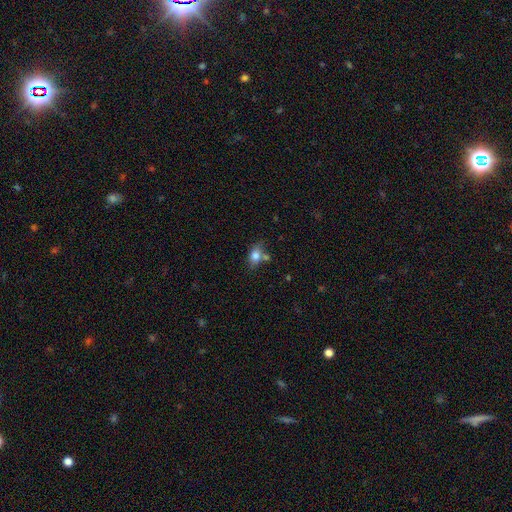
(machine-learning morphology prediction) The model was most divided on "merging": none: 56%, merger: 19%, minor disturbance: 19%, major disturbance: 6%. More confident: smooth or featured — smooth (79%); how rounded — in between (73%).